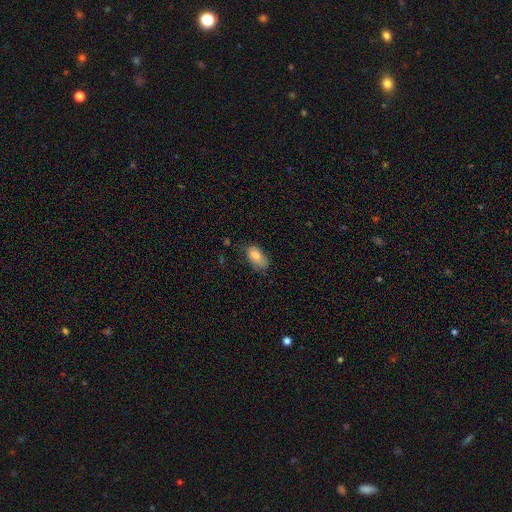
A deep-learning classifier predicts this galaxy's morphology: Smooth or featured? smooth (82%)
How rounded? in between (92%)
Merging? none (59%)